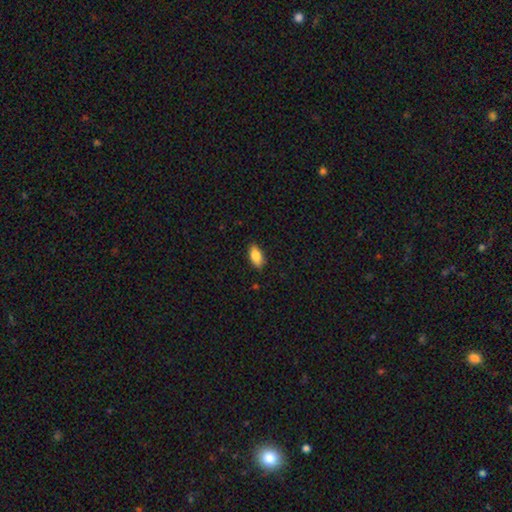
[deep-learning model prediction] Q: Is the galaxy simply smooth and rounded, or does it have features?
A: smooth — 85%.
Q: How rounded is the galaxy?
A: in between — 90%.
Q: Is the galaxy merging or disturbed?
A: none — 85%.